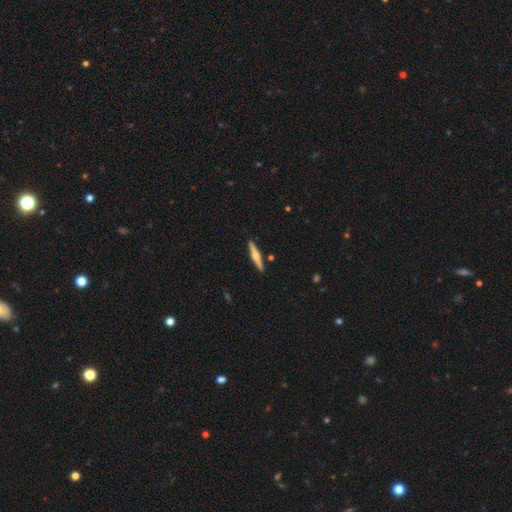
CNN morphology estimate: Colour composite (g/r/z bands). It shows a featured or disk galaxy (61%) viewed edge-on (97%) with a rounded central bulge (90%). Merging: none (90%).